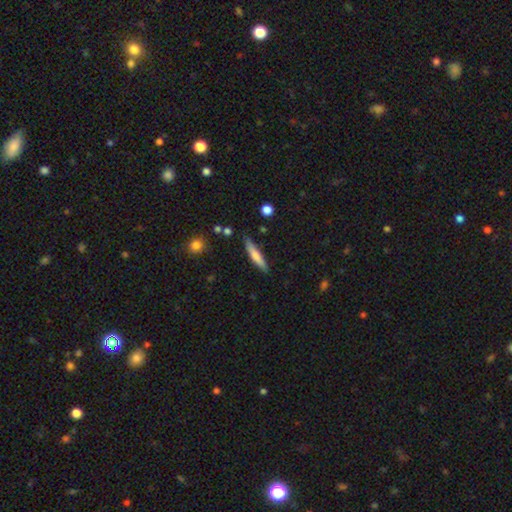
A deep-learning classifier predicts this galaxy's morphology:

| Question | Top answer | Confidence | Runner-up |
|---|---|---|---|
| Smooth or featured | smooth | 66% | featured or disk (28%) |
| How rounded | cigar-shaped | 88% | in between (11%) |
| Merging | none | 83% | minor disturbance (13%) |